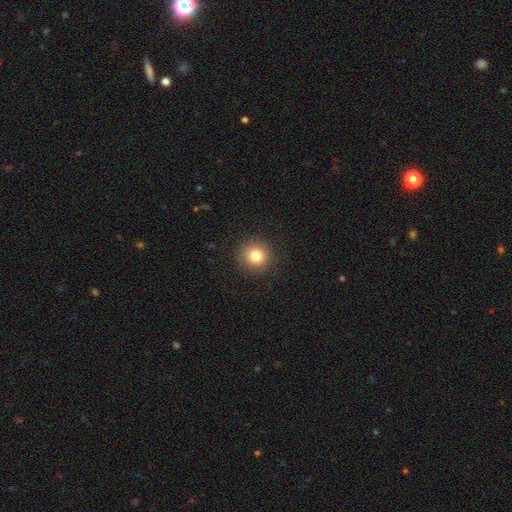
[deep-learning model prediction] smooth 81%, star or artifact 11%, featured or disk 7%. Down the decision tree: how rounded — round (94%); merging — none (91%).